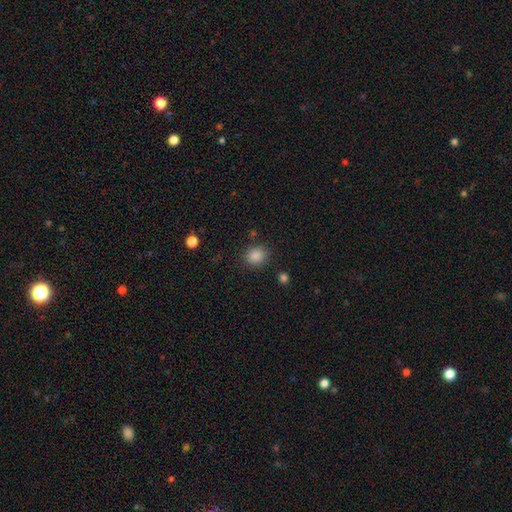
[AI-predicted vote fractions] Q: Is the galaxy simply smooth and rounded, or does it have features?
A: smooth — 86%.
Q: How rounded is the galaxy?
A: round — 76%.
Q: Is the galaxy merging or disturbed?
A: none — 84%.